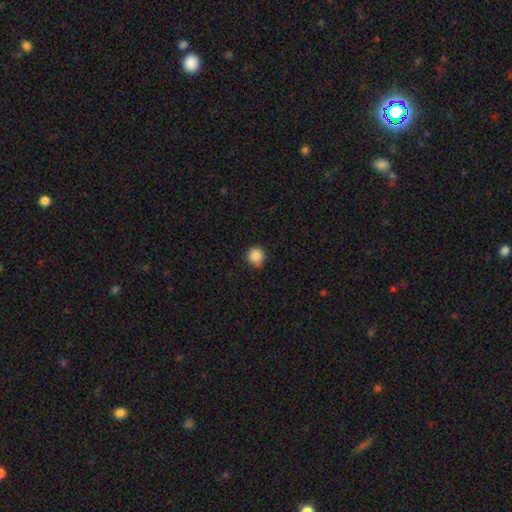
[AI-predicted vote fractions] This is clearly a smooth galaxy (87%). How rounded: clearly round (91%). Merging: likely none (79%).